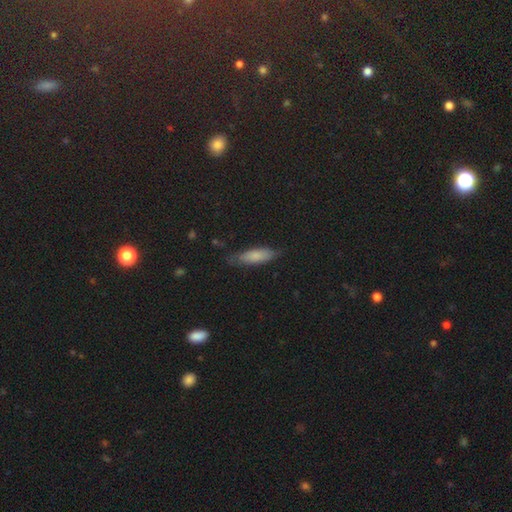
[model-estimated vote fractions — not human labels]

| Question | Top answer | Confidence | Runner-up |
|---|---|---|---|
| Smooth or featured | smooth | 76% | featured or disk (15%) |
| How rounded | in between | 50% | cigar-shaped (48%) |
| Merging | none | 76% | minor disturbance (18%) |